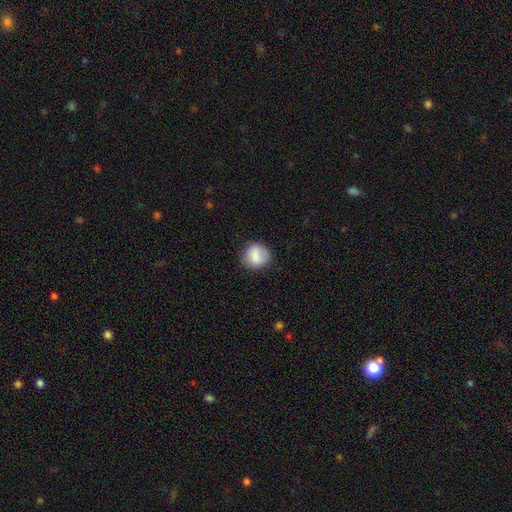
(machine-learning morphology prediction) Smooth or featured? smooth (82%)
How rounded? round (82%)
Merging? none (78%)